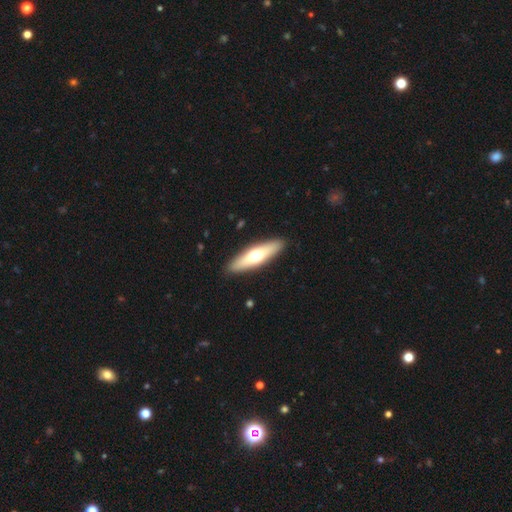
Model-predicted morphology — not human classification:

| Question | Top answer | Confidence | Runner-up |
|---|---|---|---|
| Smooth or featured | smooth | 53% | featured or disk (42%) |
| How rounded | cigar-shaped | 68% | in between (30%) |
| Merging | none | 91% | minor disturbance (7%) |